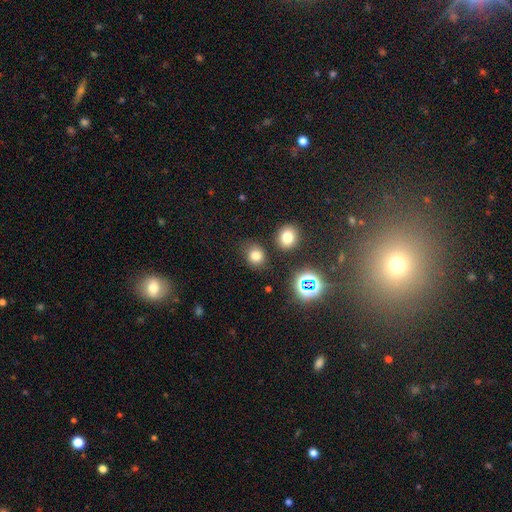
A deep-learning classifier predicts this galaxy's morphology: A smooth galaxy with no disk features (74%) that is round (68%).

Vote fractions:
- Smooth or featured? smooth: 74% / star or artifact: 19% / featured or disk: 7%
- How rounded? round: 68% / in between: 31% / cigar-shaped: 1%
- Merging? none: 77% / minor disturbance: 13% / merger: 6% / major disturbance: 4%